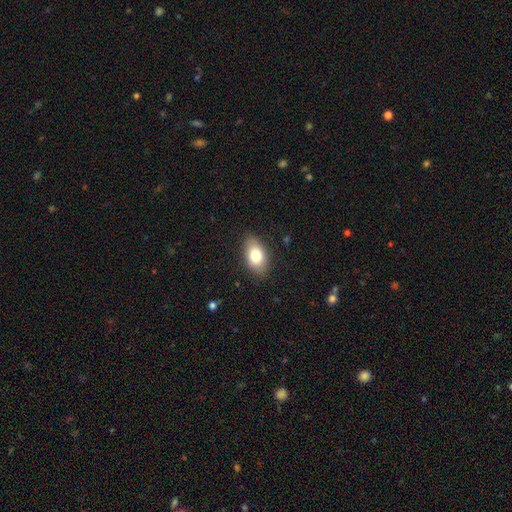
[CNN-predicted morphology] type=smooth (80%); roundness=in between (90%); merging=none (84%).